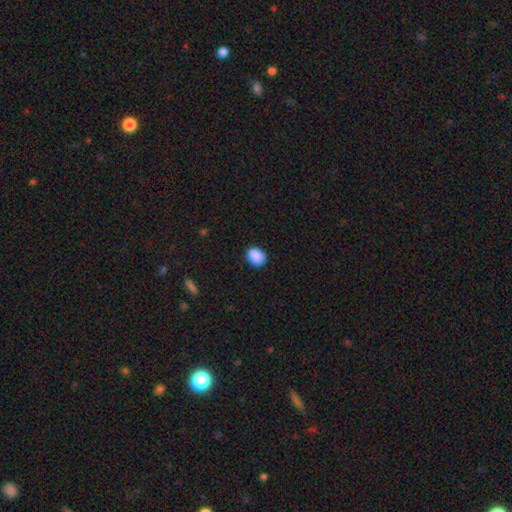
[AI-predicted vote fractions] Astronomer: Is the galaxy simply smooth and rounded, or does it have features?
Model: smooth — 89%.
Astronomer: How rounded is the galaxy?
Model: in between — 59% (runner-up: round, 40%).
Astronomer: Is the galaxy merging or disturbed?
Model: none — 84%.